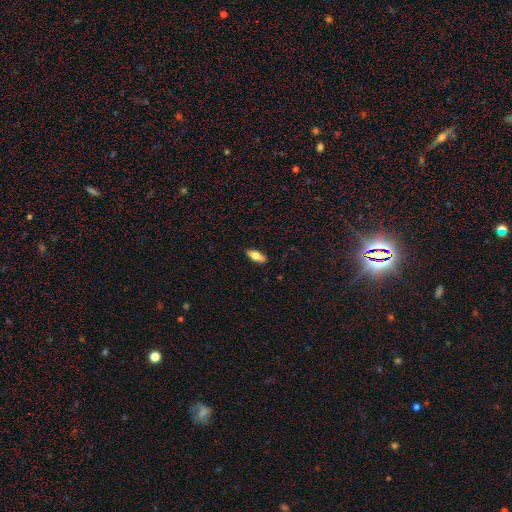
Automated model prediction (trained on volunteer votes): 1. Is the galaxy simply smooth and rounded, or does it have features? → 70% smooth, 24% featured or disk, 7% star or artifact.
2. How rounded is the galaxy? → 74% in between, 23% cigar-shaped, 3% round.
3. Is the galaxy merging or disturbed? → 87% none, 10% minor disturbance, 2% major disturbance, 1% merger.